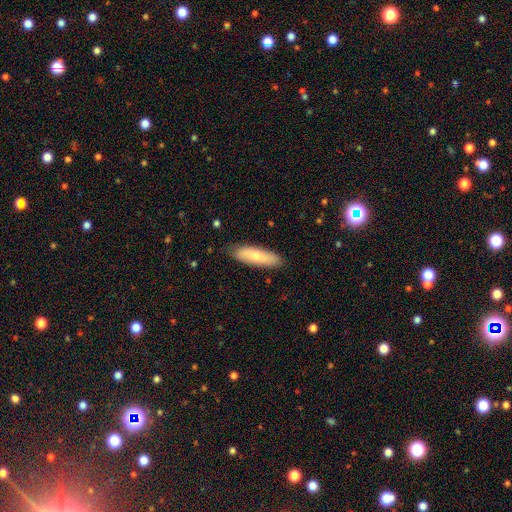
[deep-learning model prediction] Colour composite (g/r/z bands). It shows a smooth galaxy with no disk features (71%) that is cigar-shaped (53%). Merging: none (83%).